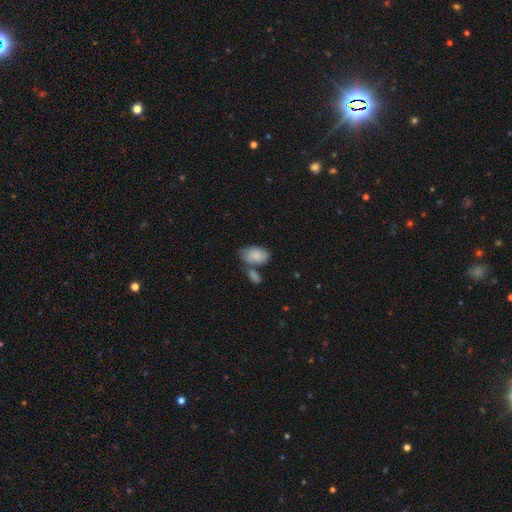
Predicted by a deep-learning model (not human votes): A smooth galaxy with no disk features (85%) that is in between round and cigar-shaped (91%). Merging: none (46%).